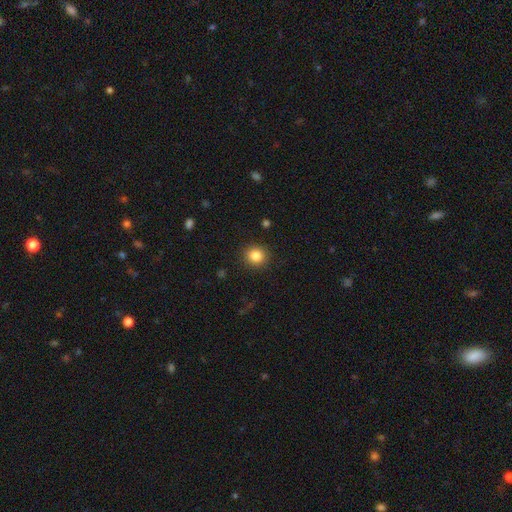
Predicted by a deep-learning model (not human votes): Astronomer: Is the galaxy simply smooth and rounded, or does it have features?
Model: smooth — 85%.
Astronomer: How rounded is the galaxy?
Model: round — 90%.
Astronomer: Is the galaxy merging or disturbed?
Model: none — 91%.